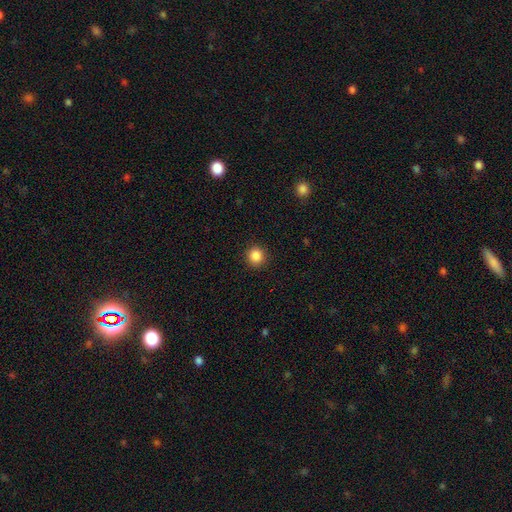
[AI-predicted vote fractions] Overall: smooth (87%). How rounded: round (91%). Merging: none (92%).